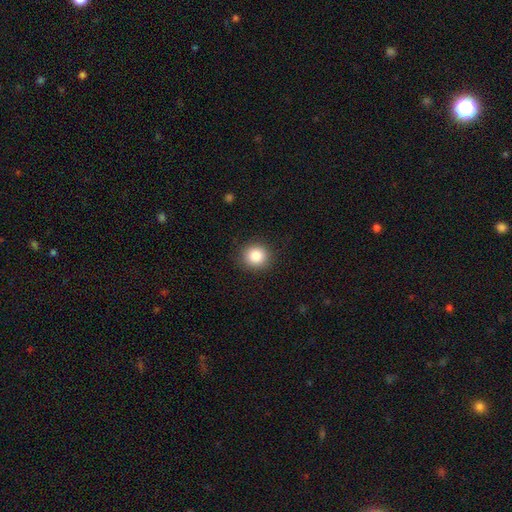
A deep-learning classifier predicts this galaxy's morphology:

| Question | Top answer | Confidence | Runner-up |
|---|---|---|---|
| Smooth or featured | smooth | 86% | star or artifact (10%) |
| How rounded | round | 89% | in between (10%) |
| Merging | none | 90% | minor disturbance (7%) |